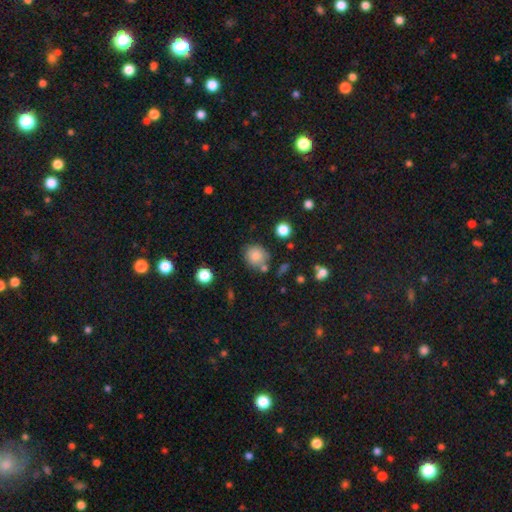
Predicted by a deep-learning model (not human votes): Q: Smooth or featured?
A: smooth (81%); runner-up: star or artifact (10%)
Q: How rounded?
A: round (83%); runner-up: in between (16%)
Q: Merging?
A: none (71%); runner-up: minor disturbance (14%)